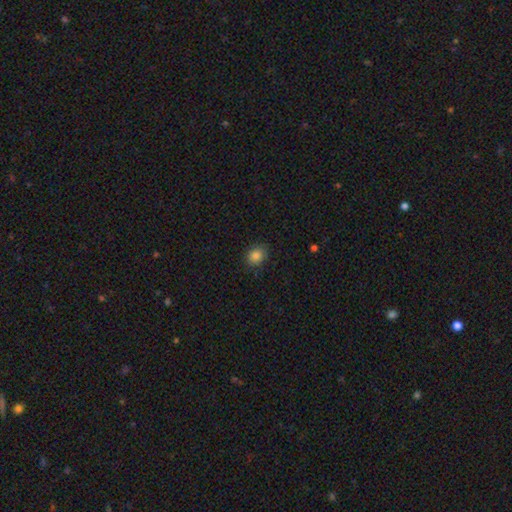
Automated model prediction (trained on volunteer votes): Smooth or featured: smooth — 84% (star or artifact — 11%)
How rounded: round — 63% (in between — 36%)
Merging: none — 85% (minor disturbance — 11%)